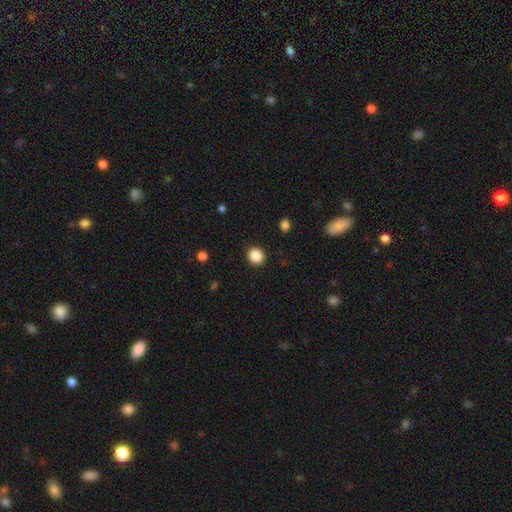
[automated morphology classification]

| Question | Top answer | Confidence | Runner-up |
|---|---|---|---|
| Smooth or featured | smooth | 87% | star or artifact (9%) |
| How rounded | round | 82% | in between (17%) |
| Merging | none | 91% | minor disturbance (6%) |